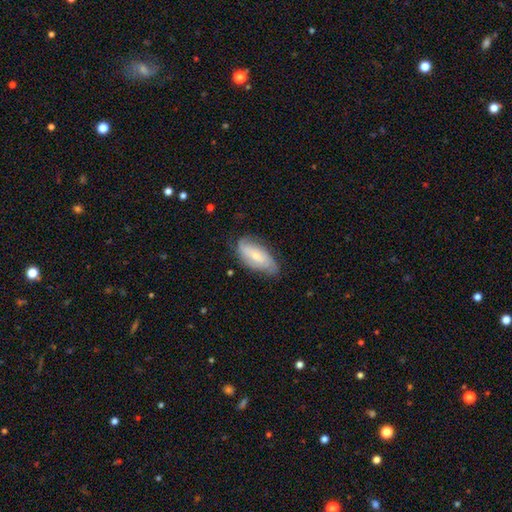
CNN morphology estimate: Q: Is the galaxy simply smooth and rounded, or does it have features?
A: featured or disk — 54%.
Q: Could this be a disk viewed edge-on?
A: no — 90%.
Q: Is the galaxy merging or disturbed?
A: none — 66%.